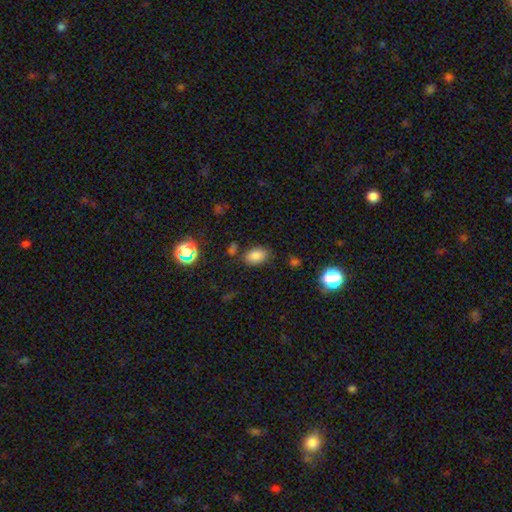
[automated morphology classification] Smooth or featured?
  - smooth: 82% *
  - star or artifact: 12%
  - featured or disk: 6%
How rounded?
  - in between: 85% *
  - round: 14%
  - cigar-shaped: 1%
Merging?
  - none: 79% *
  - minor disturbance: 13%
  - merger: 4%
  - major disturbance: 4%